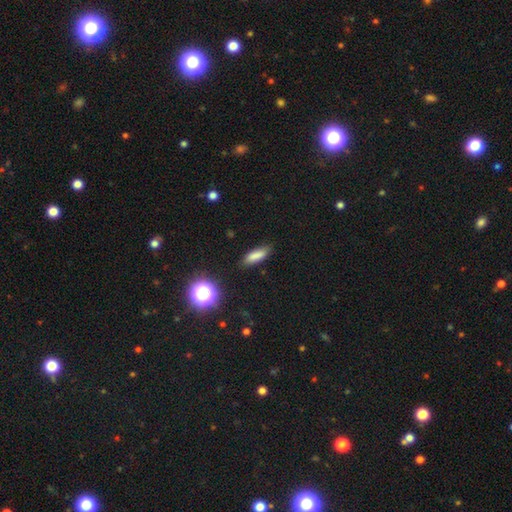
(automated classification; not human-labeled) Smooth or featured? smooth (82%)
How rounded? in between (49%)
Merging? none (83%)